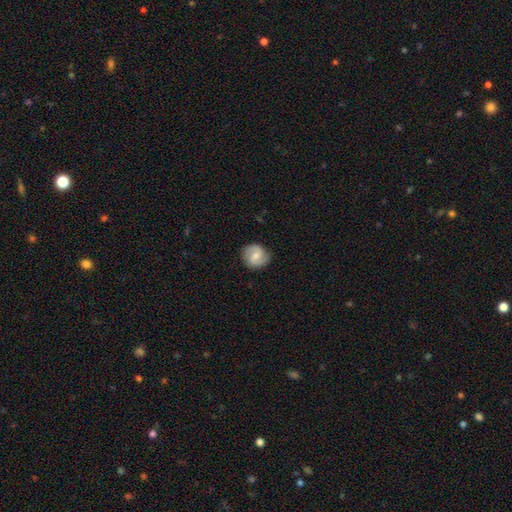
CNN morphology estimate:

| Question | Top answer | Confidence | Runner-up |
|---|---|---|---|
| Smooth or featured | featured or disk | 60% | smooth (34%) |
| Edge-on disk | no | 98% | yes (2%) |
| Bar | weak | 51% | no (38%) |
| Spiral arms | yes | 91% | no (9%) |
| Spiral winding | medium | 48% | tight (32%) |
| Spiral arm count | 2 | 89% | can't tell (6%) |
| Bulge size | moderate | 50% | small (41%) |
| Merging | none | 84% | minor disturbance (12%) |